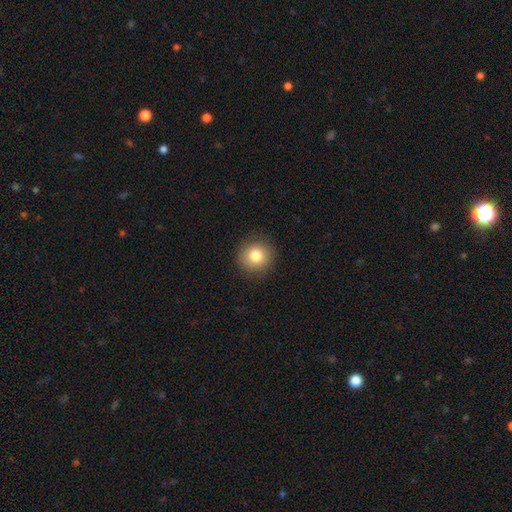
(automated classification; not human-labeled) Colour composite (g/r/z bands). It shows a smooth galaxy with no disk features (81%) that is round (91%). Merging: none (90%).